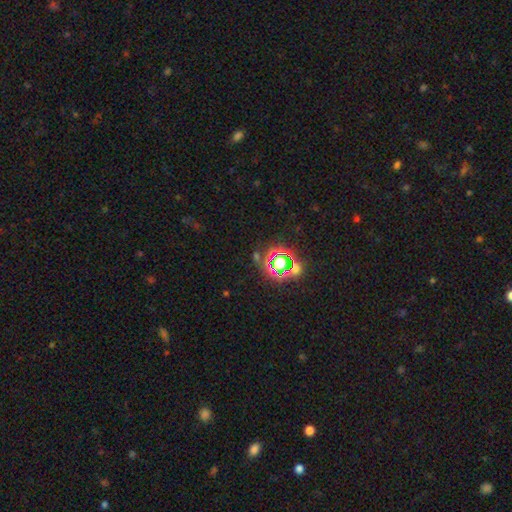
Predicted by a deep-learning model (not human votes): Smooth or featured? Predicted: star or artifact (p=0.76).